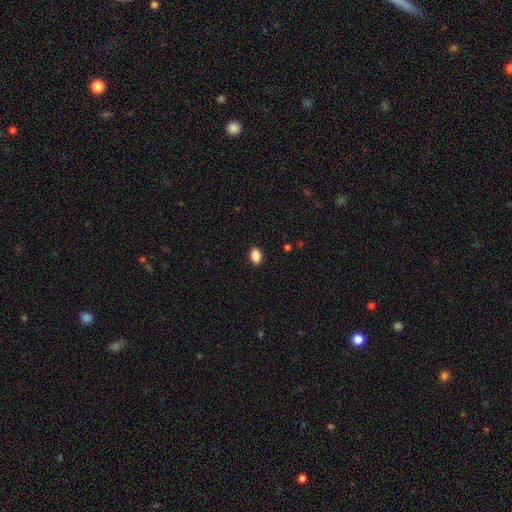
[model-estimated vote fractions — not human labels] smooth 87%, star or artifact 9%, featured or disk 4%. Down the decision tree: how rounded — in between (78%); merging — none (90%).